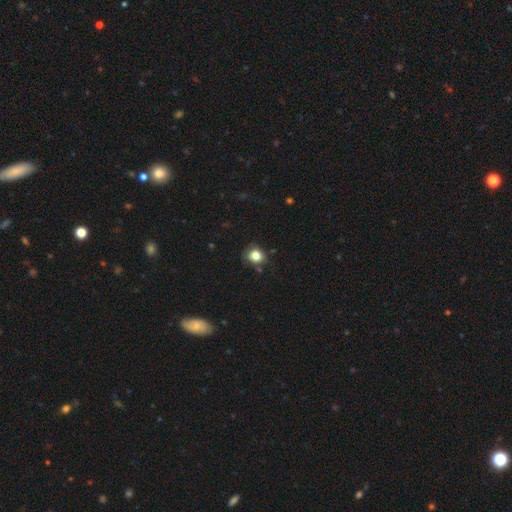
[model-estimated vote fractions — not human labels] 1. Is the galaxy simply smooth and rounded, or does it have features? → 82% smooth, 12% star or artifact, 7% featured or disk.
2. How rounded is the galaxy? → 74% round, 25% in between, 1% cigar-shaped.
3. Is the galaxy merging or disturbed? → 77% none, 17% minor disturbance, 3% major disturbance, 3% merger.